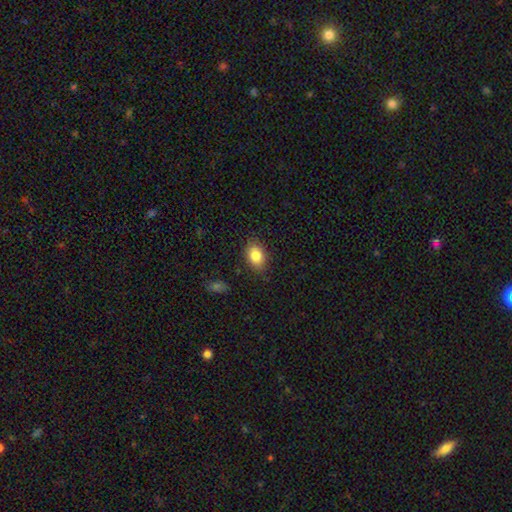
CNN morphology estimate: Q: Smooth or featured?
A: smooth (84%); runner-up: star or artifact (8%)
Q: How rounded?
A: in between (81%); runner-up: round (18%)
Q: Merging?
A: none (83%); runner-up: minor disturbance (12%)